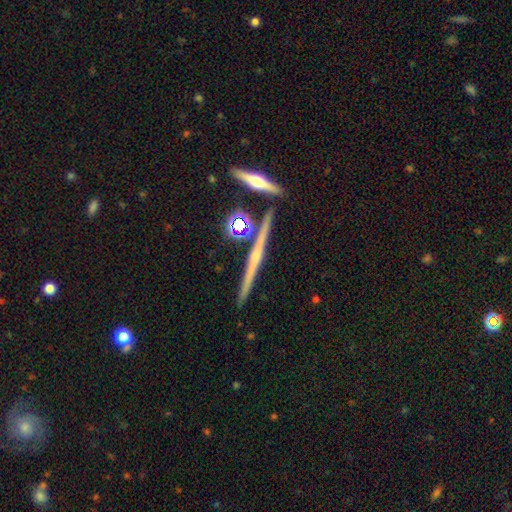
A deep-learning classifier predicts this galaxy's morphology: smooth_or_featured: featured or disk (p=0.74) [alt: smooth p=0.18]
disk_edge_on: yes (p=0.98) [alt: no p=0.02]
edge_on_bulge: rounded (p=0.66) [alt: none p=0.27]
merging: none (p=0.85) [alt: minor disturbance p=0.07]